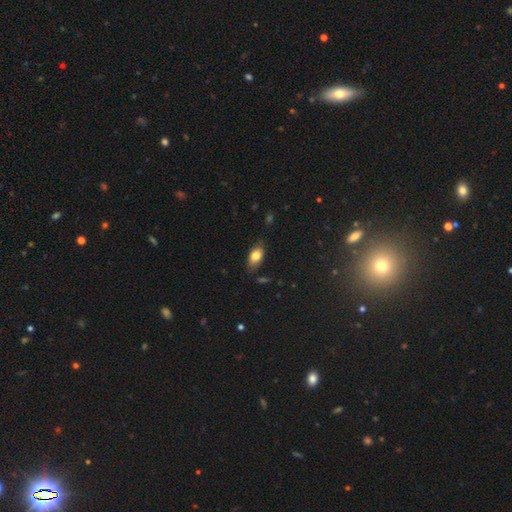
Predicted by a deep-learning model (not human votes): Overall: smooth (80%). How rounded: in between (90%). Merging: none (79%).